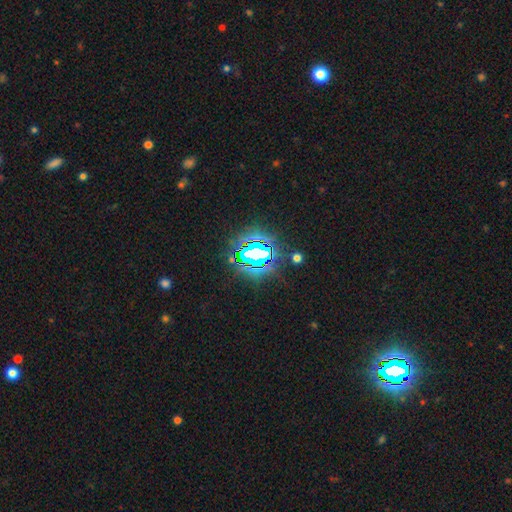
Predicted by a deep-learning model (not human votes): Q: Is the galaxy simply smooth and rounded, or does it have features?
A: star or artifact — 83%.